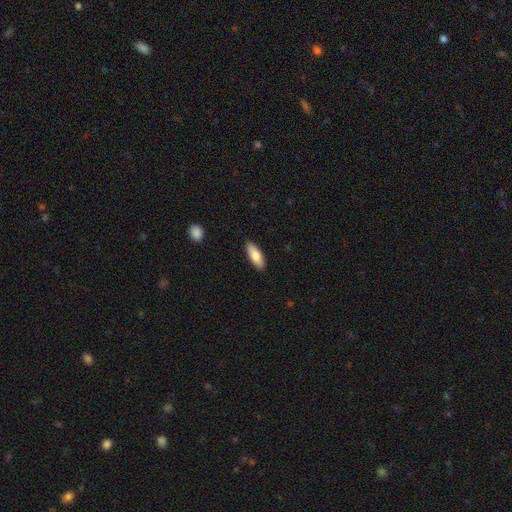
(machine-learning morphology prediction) A smooth galaxy with no disk features (78%) that is in between round and cigar-shaped (73%).

Vote fractions:
- Smooth or featured? smooth: 78% / featured or disk: 16% / star or artifact: 6%
- How rounded? in between: 73% / cigar-shaped: 25% / round: 2%
- Merging? none: 89% / minor disturbance: 8% / major disturbance: 2% / merger: 1%